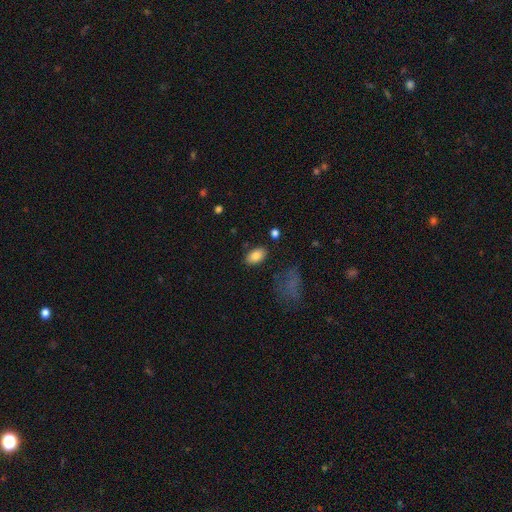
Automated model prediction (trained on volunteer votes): Q: Smooth or featured?
A: smooth (84%); runner-up: featured or disk (8%)
Q: How rounded?
A: in between (91%); runner-up: round (7%)
Q: Merging?
A: none (83%); runner-up: minor disturbance (11%)